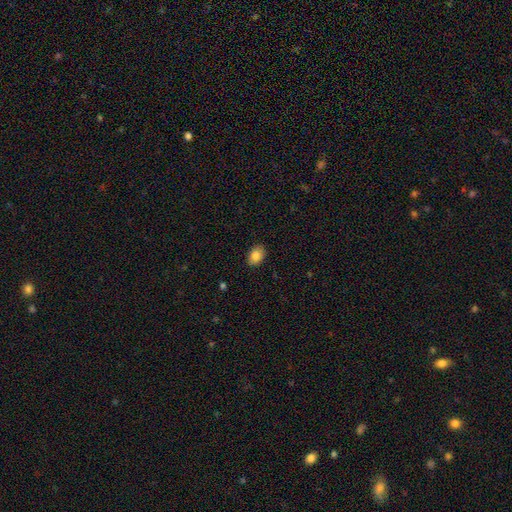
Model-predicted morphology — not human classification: Overall: smooth (85%). How rounded: in between (80%). Merging: none (88%).